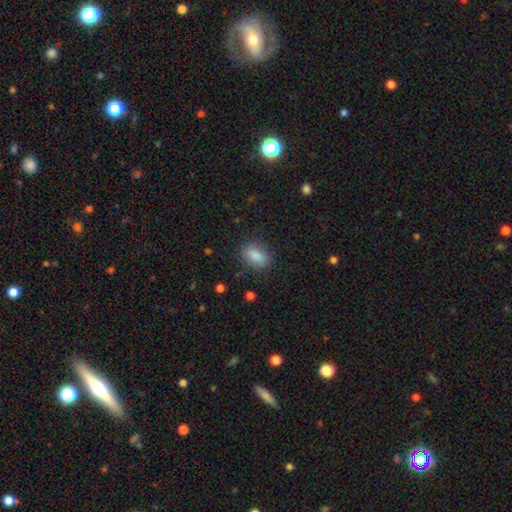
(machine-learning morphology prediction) A smooth galaxy with no disk features (86%) that is in between round and cigar-shaped (83%).

Vote fractions:
- Smooth or featured? smooth: 86% / star or artifact: 8% / featured or disk: 7%
- How rounded? in between: 83% / round: 11% / cigar-shaped: 6%
- Merging? none: 82% / minor disturbance: 12% / major disturbance: 4% / merger: 1%